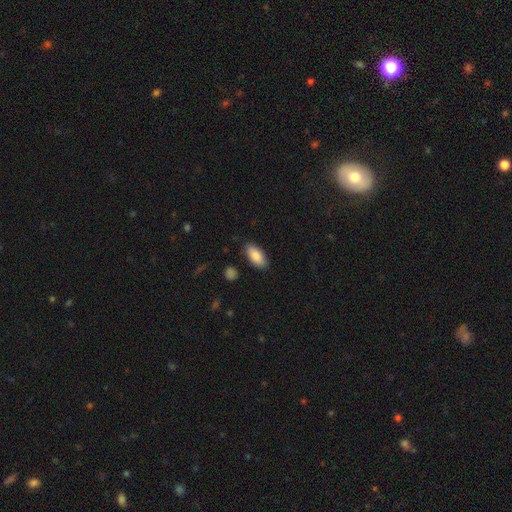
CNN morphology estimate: type=smooth (87%); roundness=in between (89%); merging=none (86%).